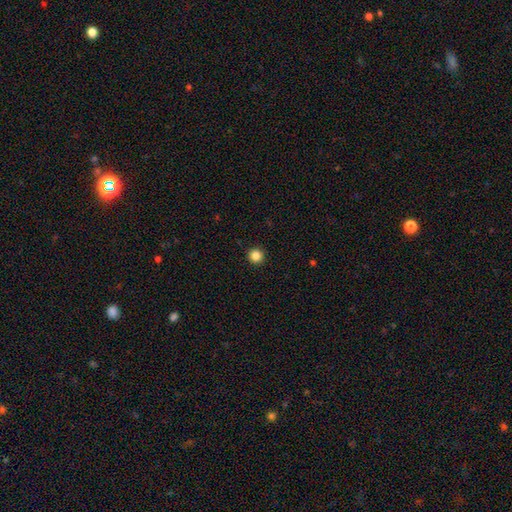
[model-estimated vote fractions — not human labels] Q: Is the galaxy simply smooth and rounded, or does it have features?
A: smooth — 85%.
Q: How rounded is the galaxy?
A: round — 96%.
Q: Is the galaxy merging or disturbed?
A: none — 94%.